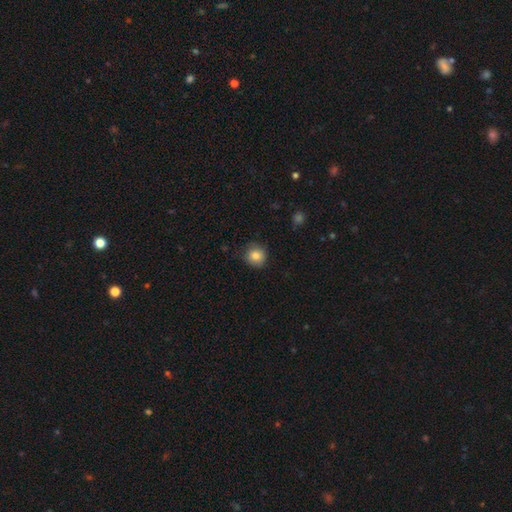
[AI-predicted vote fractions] smooth 85%, star or artifact 9%, featured or disk 6%. Down the decision tree: how rounded — round (88%); merging — none (79%).